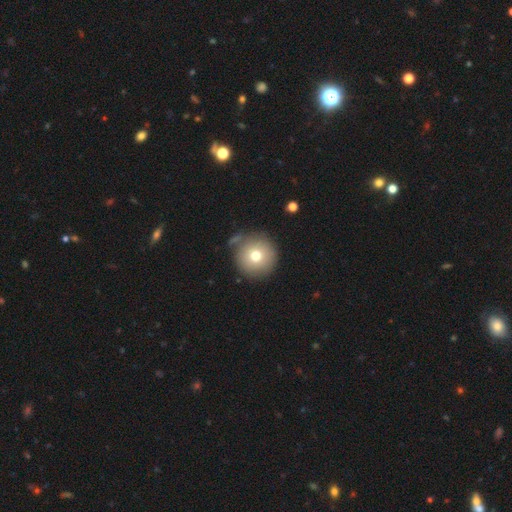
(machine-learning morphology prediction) smooth 74%, featured or disk 15%, star or artifact 11%. Down the decision tree: how rounded — round (96%); merging — none (80%).